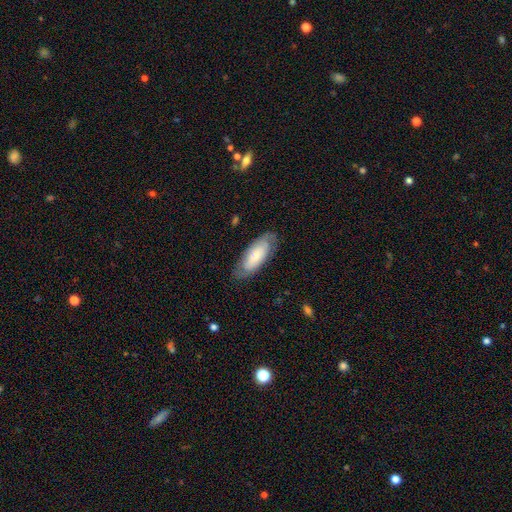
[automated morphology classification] Smooth or featured? Predicted: smooth (p=0.65). How rounded? Predicted: in between (p=0.76). Merging? Predicted: none (p=0.76).